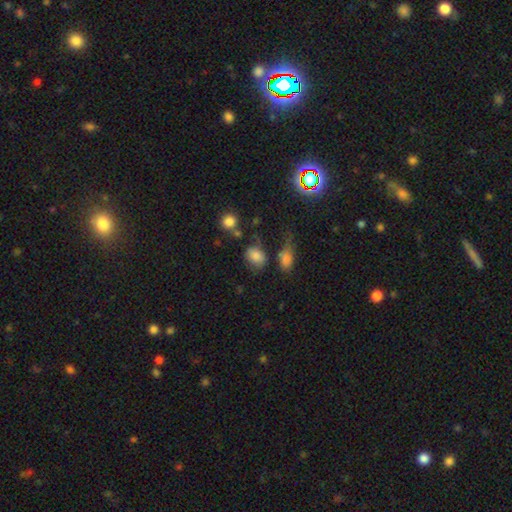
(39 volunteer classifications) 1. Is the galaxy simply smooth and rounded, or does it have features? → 72% smooth, 18% featured or disk, 10% star or artifact.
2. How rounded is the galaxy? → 57% in between, 43% round, 0% cigar-shaped.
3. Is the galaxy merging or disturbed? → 54% none, 26% minor disturbance, 14% major disturbance, 6% merger.